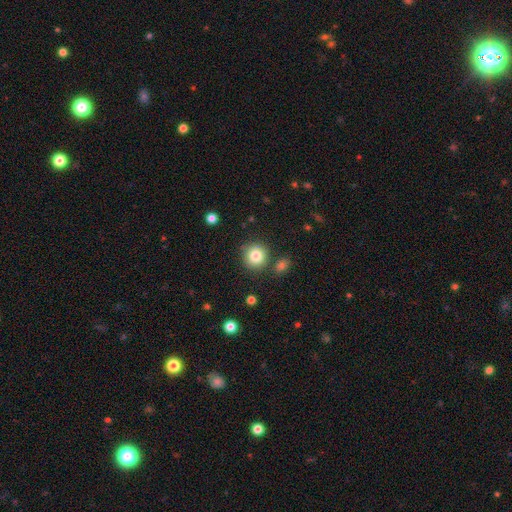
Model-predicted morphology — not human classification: Smooth or featured?
  - smooth: 83% *
  - star or artifact: 10%
  - featured or disk: 7%
How rounded?
  - round: 91% *
  - in between: 8%
  - cigar-shaped: 1%
Merging?
  - none: 80% *
  - minor disturbance: 9%
  - merger: 8%
  - major disturbance: 3%